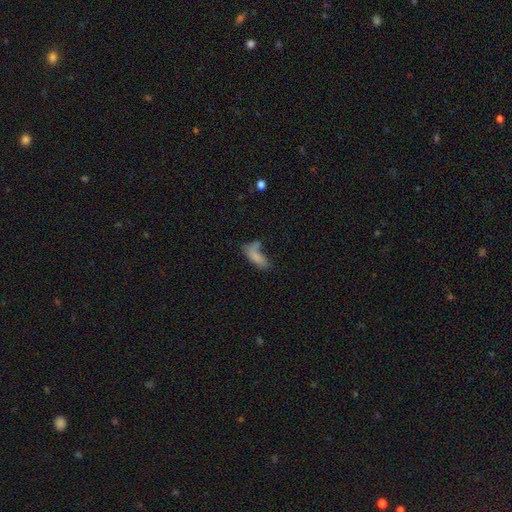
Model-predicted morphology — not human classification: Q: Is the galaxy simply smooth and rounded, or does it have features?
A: smooth — 73%.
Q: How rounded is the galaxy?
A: in between — 72%.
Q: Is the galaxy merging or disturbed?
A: none — 32%.